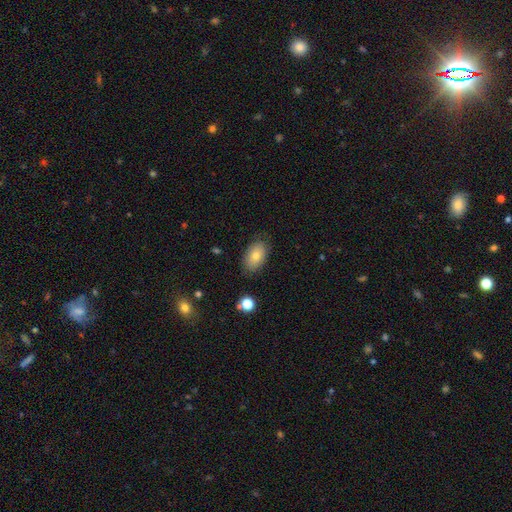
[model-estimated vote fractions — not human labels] smooth 77%, featured or disk 14%, star or artifact 9%. Down the decision tree: how rounded — in between (90%); merging — none (83%).